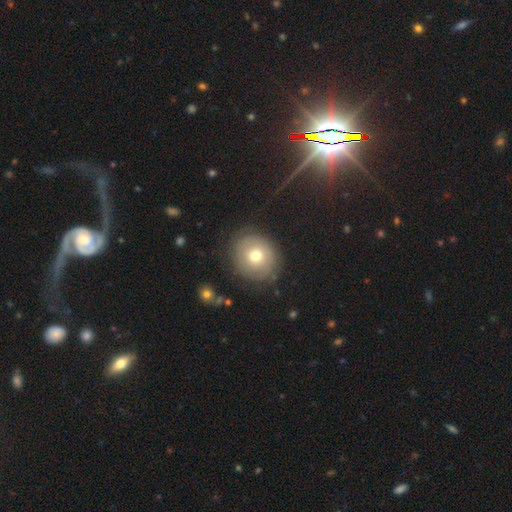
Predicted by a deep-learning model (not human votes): This is likely a smooth galaxy (65%). How rounded: likely round (79%). Merging: likely none (79%).